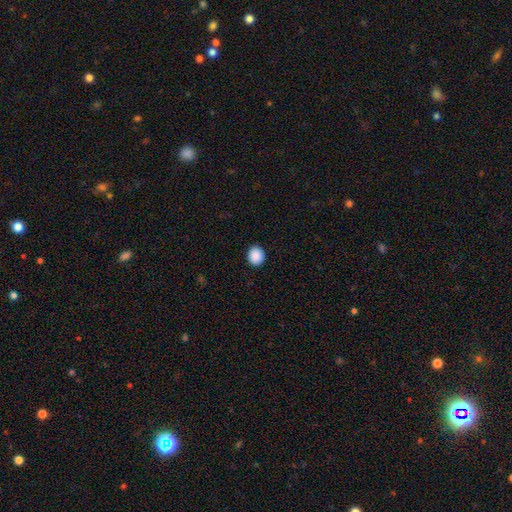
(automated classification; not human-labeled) Morphology: type=smooth (90%); roundness=round (70%); merging=none (91%).